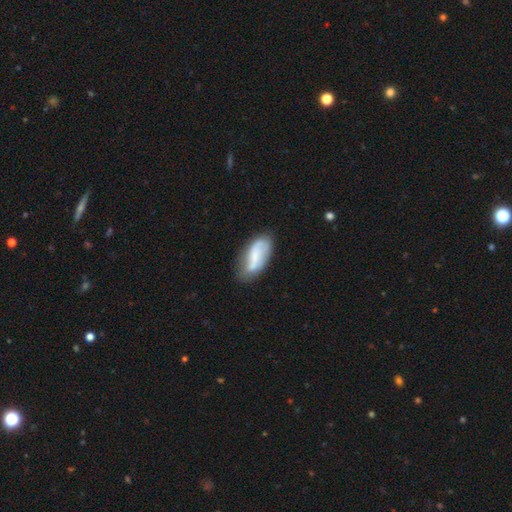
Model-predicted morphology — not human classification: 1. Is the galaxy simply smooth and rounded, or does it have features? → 47% featured or disk, 46% smooth, 7% star or artifact.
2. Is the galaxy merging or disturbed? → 58% none, 27% minor disturbance, 10% major disturbance, 5% merger.